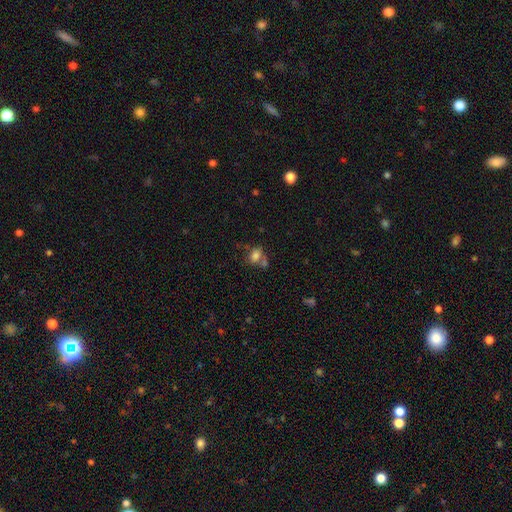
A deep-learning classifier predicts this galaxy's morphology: Smooth or featured?
  - smooth: 75% *
  - star or artifact: 13%
  - featured or disk: 12%
How rounded?
  - in between: 64% *
  - round: 35%
  - cigar-shaped: 2%
Merging?
  - none: 41% *
  - merger: 35%
  - minor disturbance: 15%
  - major disturbance: 9%